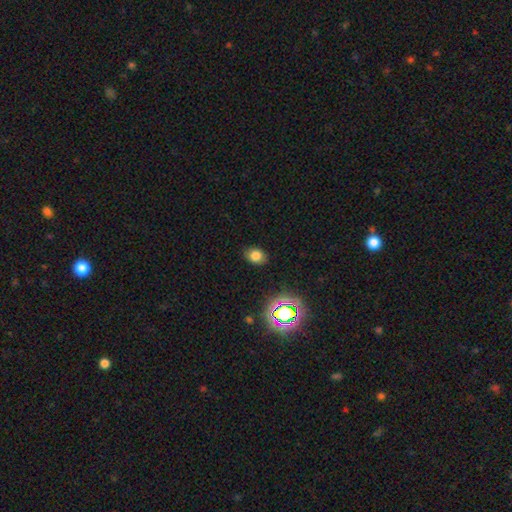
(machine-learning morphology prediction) This is likely a smooth galaxy (77%). How rounded: possibly in between (59%). Merging: clearly none (85%).